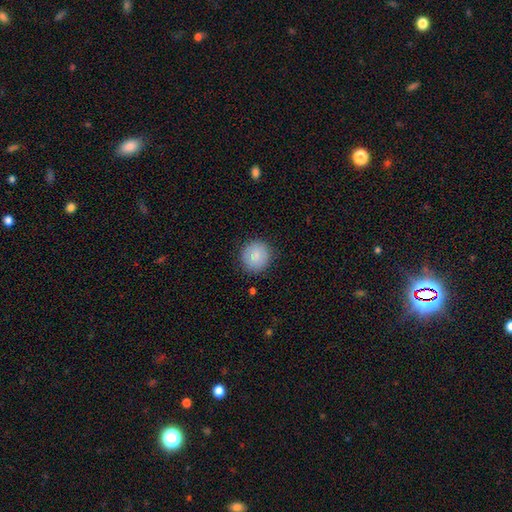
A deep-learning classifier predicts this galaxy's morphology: Q: Smooth or featured?
A: smooth (86%); runner-up: star or artifact (7%)
Q: How rounded?
A: round (92%); runner-up: in between (7%)
Q: Merging?
A: none (87%); runner-up: minor disturbance (9%)